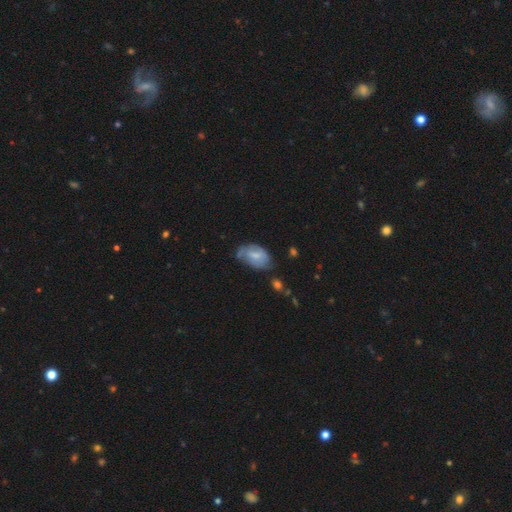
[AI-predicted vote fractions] This is possibly a smooth galaxy (52%). How rounded: clearly in between (91%). Merging: marginally none (44%).